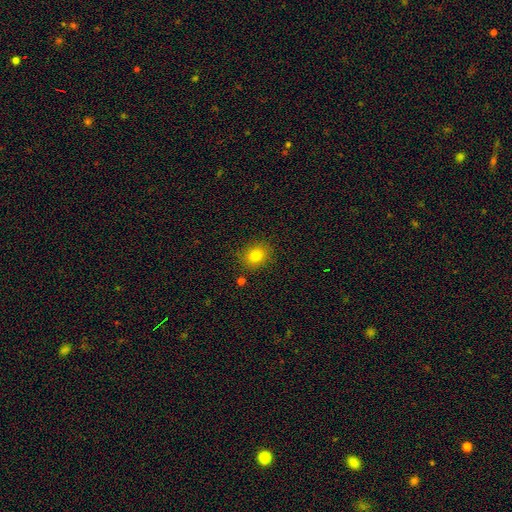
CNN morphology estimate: smooth-or-featured: smooth: 80% | star or artifact: 13% | featured or disk: 8%
  how-rounded: round: 68% | in between: 31% | cigar-shaped: 1%
  merging: none: 86% | minor disturbance: 10% | major disturbance: 3% | merger: 2%